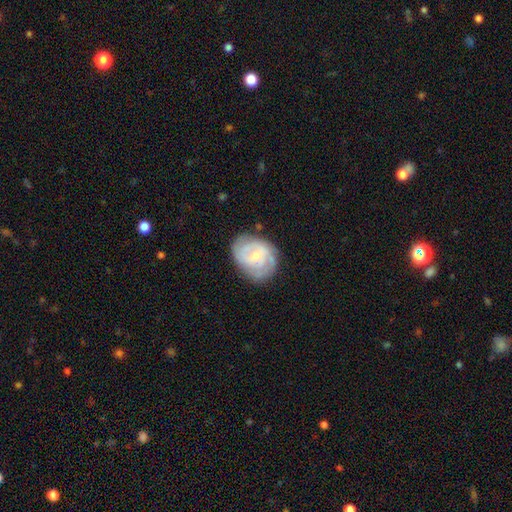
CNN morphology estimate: featured or disk 71%, smooth 23%, star or artifact 6%. Down the decision tree: edge-on disk — no (97%); bar — no (51%); spiral arms — yes (86%); spiral arm count — can't tell (37%); spiral winding — tight (60%); bulge size — small (56%); merging — none (69%).